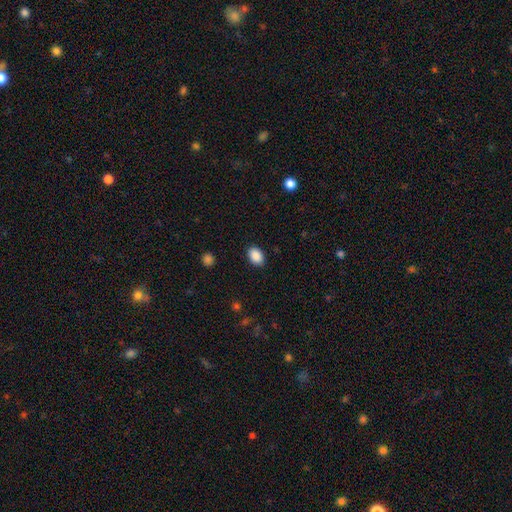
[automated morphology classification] Smooth or featured: smooth — 89% (star or artifact — 8%)
How rounded: in between — 81% (round — 18%)
Merging: none — 88% (minor disturbance — 9%)